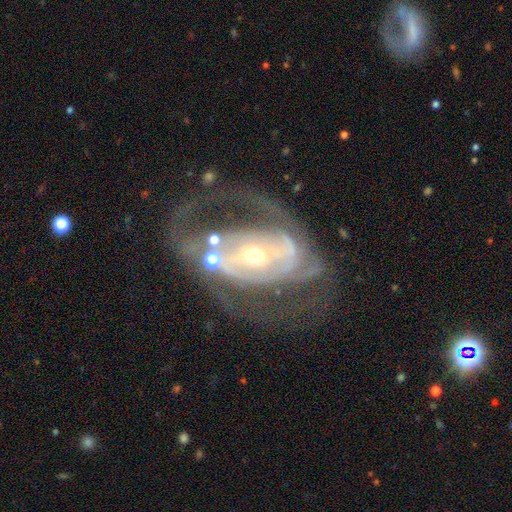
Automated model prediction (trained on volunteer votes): Overall: featured or disk (87%). Edge-on disk: no (96%). Bar: weak (34%; no 33%). Spiral arms: yes (89%). Spiral arm count: 2 (52%; can't tell 22%). Spiral winding: medium (45%; tight 37%). Bulge size: small (59%; moderate 36%). Merging: none (45%; major disturbance 28%).